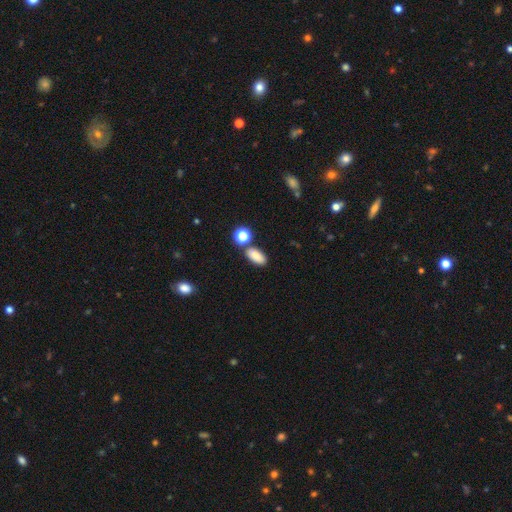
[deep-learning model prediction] Smooth or featured? smooth (82%)
How rounded? in between (87%)
Merging? none (73%)